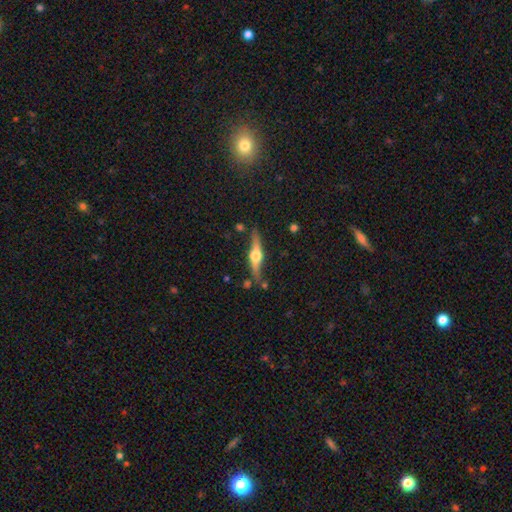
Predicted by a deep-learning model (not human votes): Smooth or featured?
  - featured or disk: 74% *
  - smooth: 20%
  - star or artifact: 6%
Edge-on disk?
  - yes: 96% *
  - no: 4%
Edge-on bulge?
  - rounded: 95% *
  - boxy: 4%
  - none: 2%
Merging?
  - none: 80% *
  - minor disturbance: 13%
  - merger: 4%
  - major disturbance: 3%